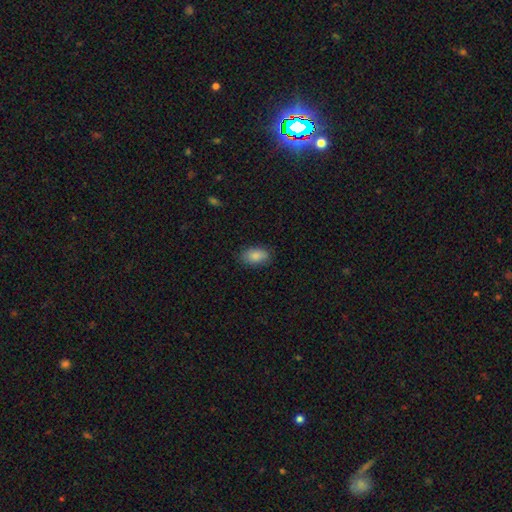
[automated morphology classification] Smooth or featured: smooth — 87% (star or artifact — 7%)
How rounded: in between — 92% (round — 6%)
Merging: none — 85% (minor disturbance — 11%)